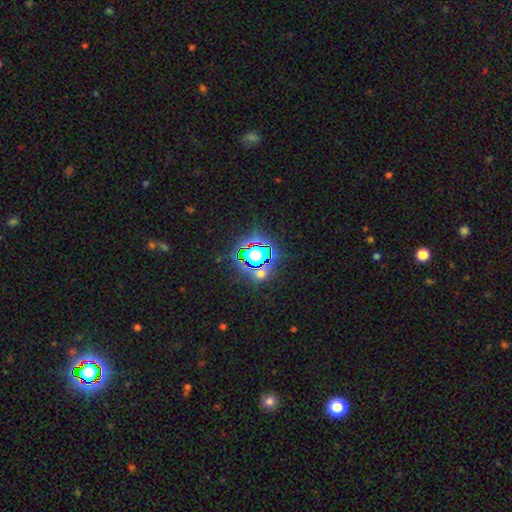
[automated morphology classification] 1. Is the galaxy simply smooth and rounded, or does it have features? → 80% star or artifact, 12% smooth, 8% featured or disk.